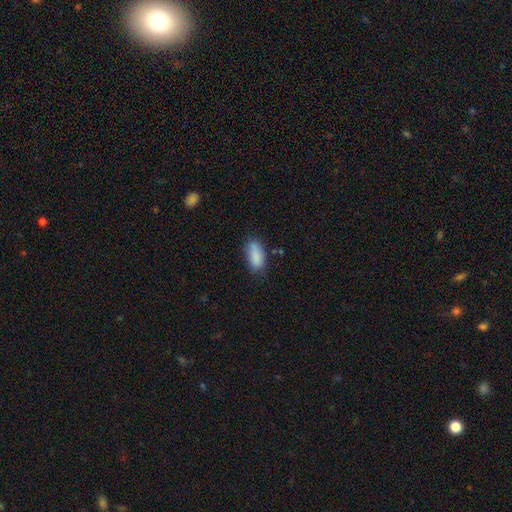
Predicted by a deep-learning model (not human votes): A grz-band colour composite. It shows a smooth galaxy with no disk features (86%) that is in between round and cigar-shaped (87%). Merging: none (65%).